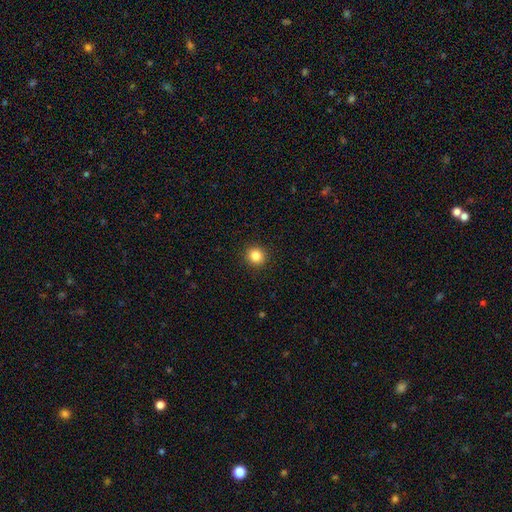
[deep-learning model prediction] A smooth galaxy with no disk features (85%) that is round (91%). Merging: none (92%).